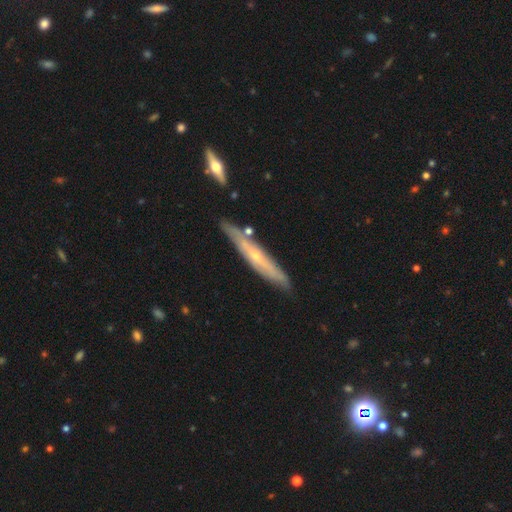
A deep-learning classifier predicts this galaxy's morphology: Q: Smooth or featured?
A: featured or disk (65%); runner-up: smooth (29%)
Q: Edge-on disk?
A: yes (82%); runner-up: no (18%)
Q: Edge-on bulge?
A: rounded (70%); runner-up: none (28%)
Q: Merging?
A: none (78%); runner-up: minor disturbance (14%)